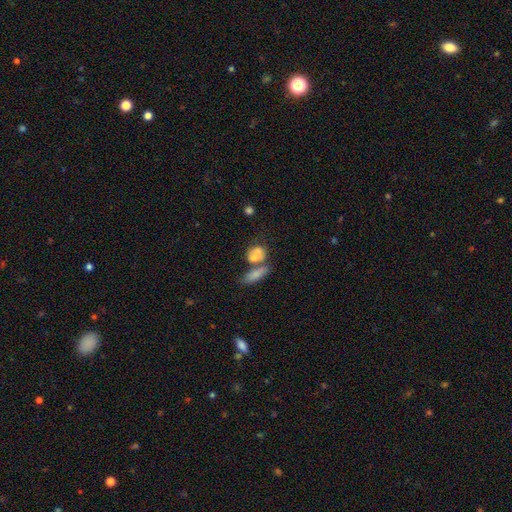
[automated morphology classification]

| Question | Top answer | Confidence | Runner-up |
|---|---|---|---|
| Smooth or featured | smooth | 69% | featured or disk (20%) |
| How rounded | in between | 58% | round (32%) |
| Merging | merger | 46% | none (36%) |